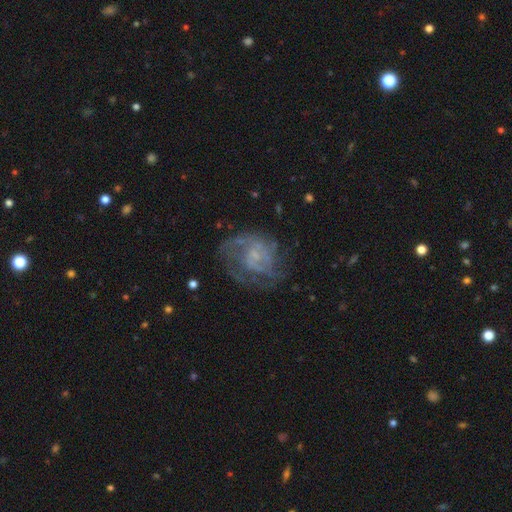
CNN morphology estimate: smooth-or-featured: featured or disk: 74% | smooth: 16% | star or artifact: 10%
  disk-edge-on: no: 98% | yes: 2%
    bar: no: 68% | weak: 28% | strong: 4%
    has-spiral-arms: yes: 78% | no: 22%
      spiral-winding: medium: 41% | tight: 38% | loose: 21%
      spiral-arm-count: can't tell: 38% | 2: 26% | 3: 17% | 1: 8% | 4: 6% | more than 4: 5%
    bulge-size: small: 49% | none: 33% | moderate: 14% | large: 2% | dominant: 1%
  merging: none: 55% | major disturbance: 24% | minor disturbance: 19% | merger: 2%